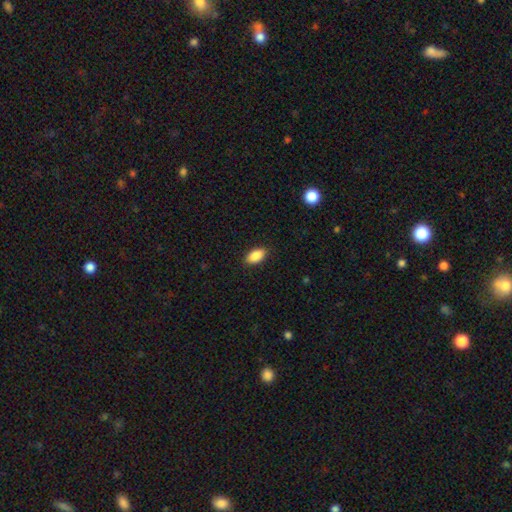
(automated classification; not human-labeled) Overall: smooth (88%). How rounded: in between (92%). Merging: none (89%).